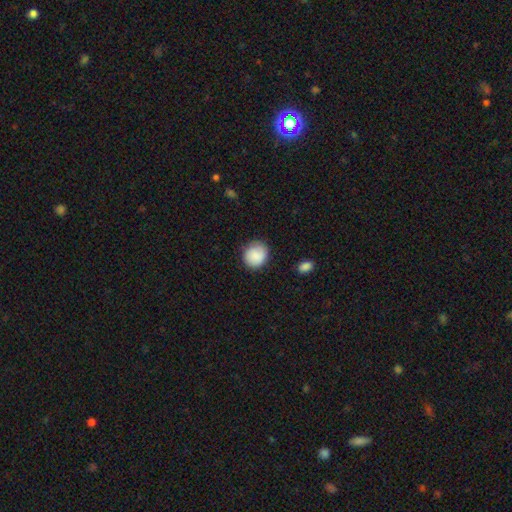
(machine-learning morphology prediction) Q: Smooth or featured?
A: smooth (88%); runner-up: star or artifact (7%)
Q: How rounded?
A: round (81%); runner-up: in between (18%)
Q: Merging?
A: none (82%); runner-up: minor disturbance (14%)